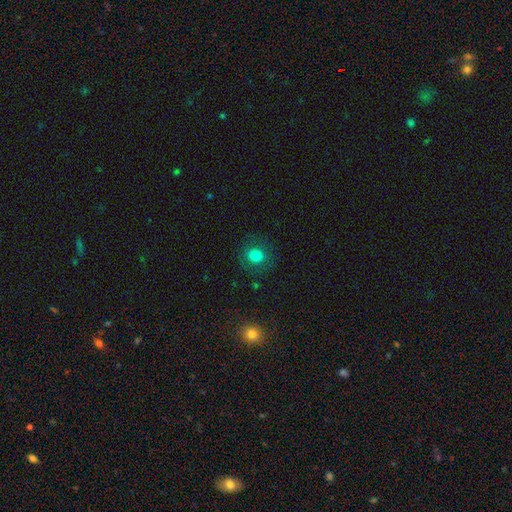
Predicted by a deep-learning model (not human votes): Overall: smooth (76%). How rounded: round (81%). Merging: none (82%).